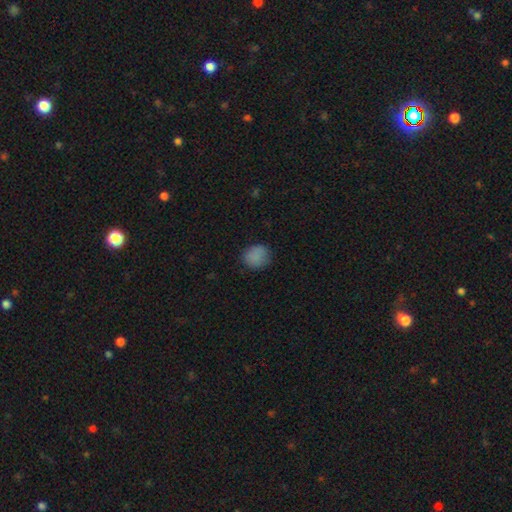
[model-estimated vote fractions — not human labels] This appears to be a smooth galaxy with no disk features (85%) that is round (76%). Merging: none (79%).